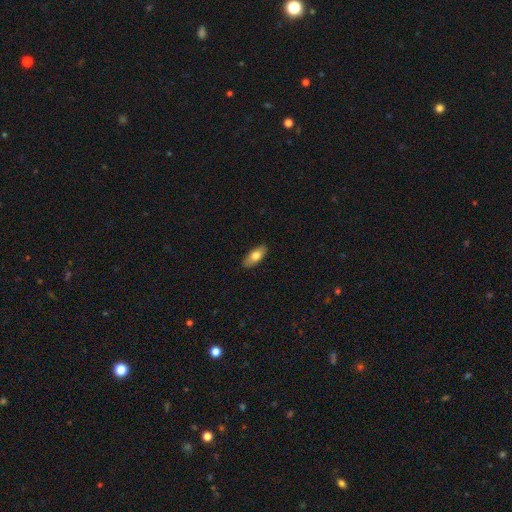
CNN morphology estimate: smooth 74%, featured or disk 19%, star or artifact 6%. Down the decision tree: how rounded — in between (82%); merging — none (86%).